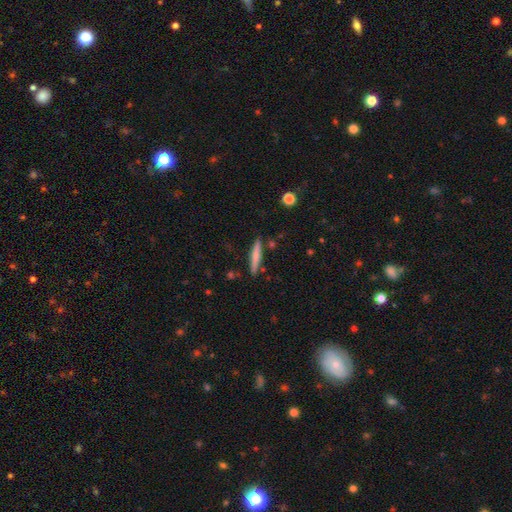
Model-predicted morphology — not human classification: Smooth or featured? Predicted: smooth (p=0.61). How rounded? Predicted: cigar-shaped (p=0.93). Merging? Predicted: none (p=0.86).